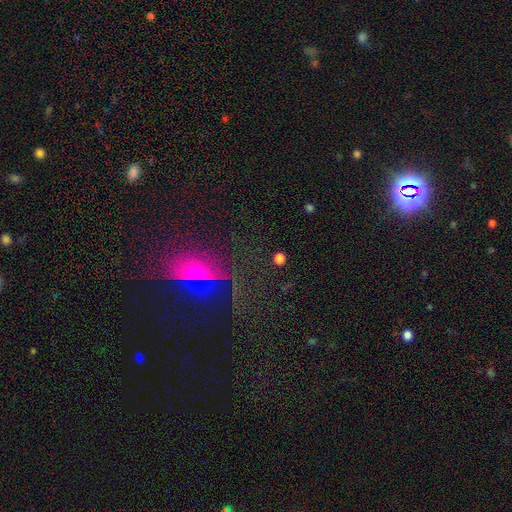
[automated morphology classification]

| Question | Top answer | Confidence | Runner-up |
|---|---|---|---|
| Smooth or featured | smooth | 39% | star or artifact (36%) |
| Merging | none | 50% | major disturbance (23%) |